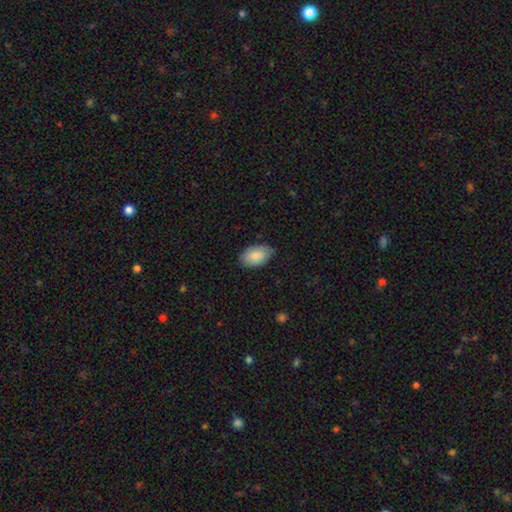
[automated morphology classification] The model was most divided on "merging": none: 77%, minor disturbance: 19%, major disturbance: 3%, merger: 1%. More confident: how rounded — in between (92%); smooth or featured — smooth (85%).